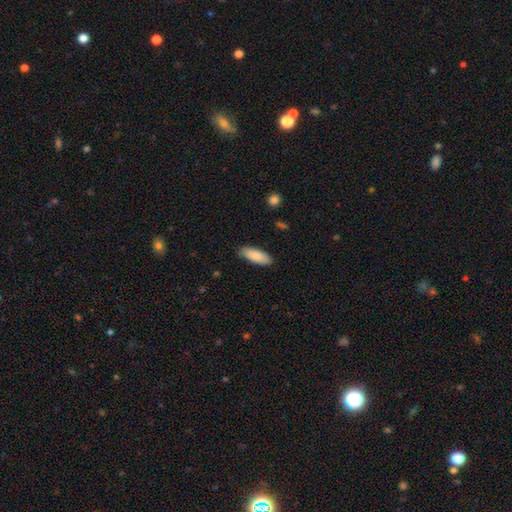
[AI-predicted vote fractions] Smooth or featured: smooth — 87% (featured or disk — 8%)
How rounded: in between — 72% (cigar-shaped — 27%)
Merging: none — 86% (minor disturbance — 11%)